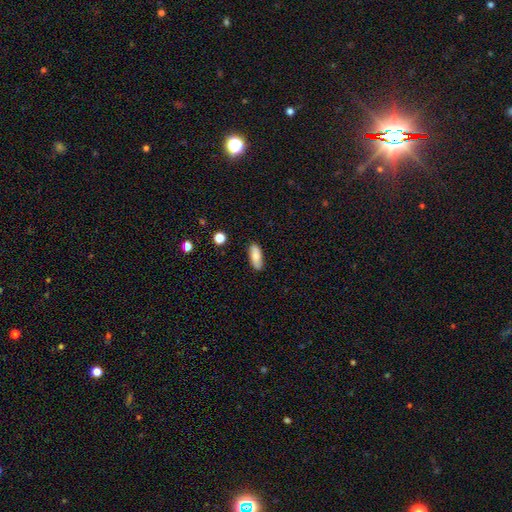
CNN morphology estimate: Smooth or featured: smooth — 81% (featured or disk — 12%)
How rounded: in between — 72% (cigar-shaped — 25%)
Merging: none — 86% (minor disturbance — 11%)